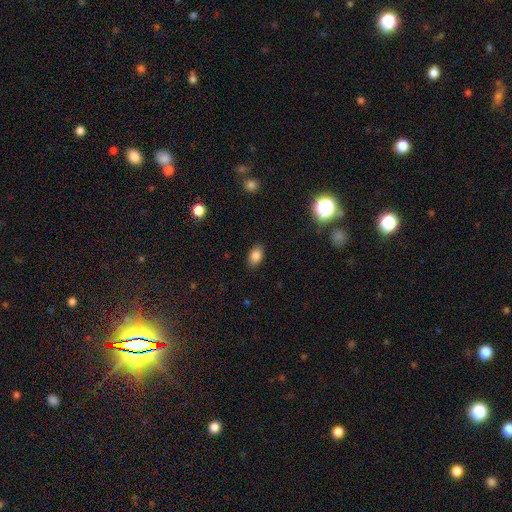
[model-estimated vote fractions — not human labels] This appears to be a smooth galaxy with no disk features (84%) that is in between round and cigar-shaped (87%). Merging: none (87%).